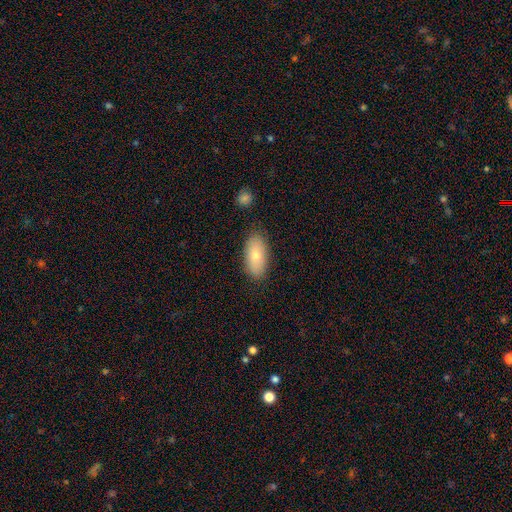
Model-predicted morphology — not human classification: smooth_or_featured: smooth (p=0.75) [alt: featured or disk p=0.18]
how_rounded: in between (p=0.92) [alt: cigar-shaped p=0.05]
merging: none (p=0.85) [alt: minor disturbance p=0.11]